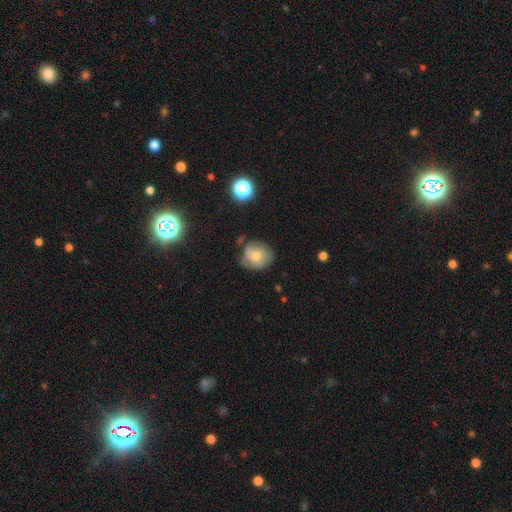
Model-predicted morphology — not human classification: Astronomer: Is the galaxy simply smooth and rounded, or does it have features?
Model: smooth — 58% (runner-up: featured or disk, 33%).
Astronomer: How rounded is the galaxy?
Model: round — 69%.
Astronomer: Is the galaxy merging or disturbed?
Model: none — 58%.